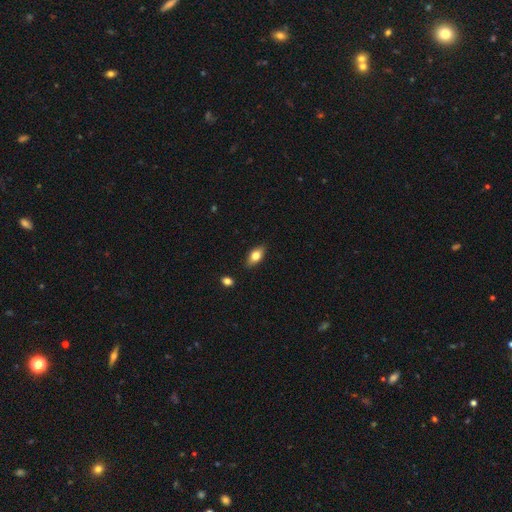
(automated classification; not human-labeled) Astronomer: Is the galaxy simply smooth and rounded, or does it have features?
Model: smooth — 75%.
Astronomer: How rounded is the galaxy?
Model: in between — 88%.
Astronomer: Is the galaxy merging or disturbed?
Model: none — 86%.